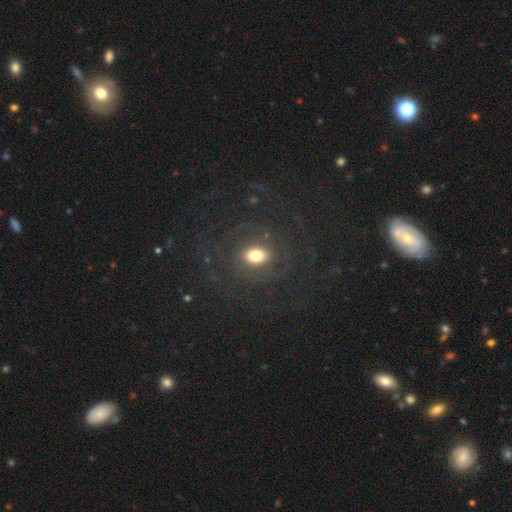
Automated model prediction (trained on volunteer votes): smooth-or-featured: featured or disk: 50% | smooth: 30% | star or artifact: 21%
  merging: none: 75% | minor disturbance: 12% | major disturbance: 11% | merger: 2%